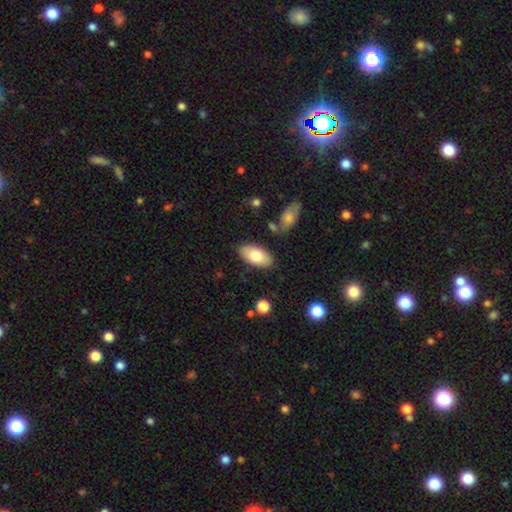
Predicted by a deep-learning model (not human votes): The model was most divided on "smooth or featured": smooth: 75%, featured or disk: 19%, star or artifact: 6%. More confident: how rounded — in between (94%); merging — none (83%).